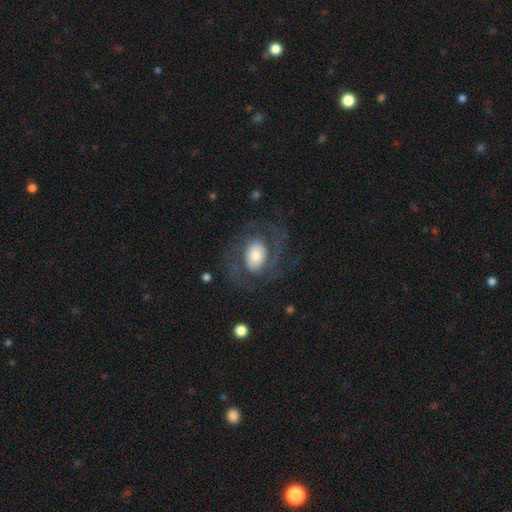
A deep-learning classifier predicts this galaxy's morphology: A featured or disk galaxy (68%) with no bar (67%), 2 (61%) medium (45%) spiral arms (78%) and a moderate central bulge (46%).

Vote fractions:
- Smooth or featured? featured or disk: 68% / smooth: 25% / star or artifact: 7%
- Edge-on disk? no: 97% / yes: 3%
- Bar? no: 67% / weak: 24% / strong: 9%
- Spiral arms? yes: 78% / no: 22%
- Spiral winding? medium: 45% / tight: 36% / loose: 19%
- Spiral arm count? 2: 61% / can't tell: 20% / 3: 7% / 1: 6% / 4: 3% / more than 4: 3%
- Bulge size? moderate: 46% / large: 25% / small: 22% / dominant: 4% / none: 2%
- Merging? none: 64% / major disturbance: 20% / minor disturbance: 15% / merger: 1%